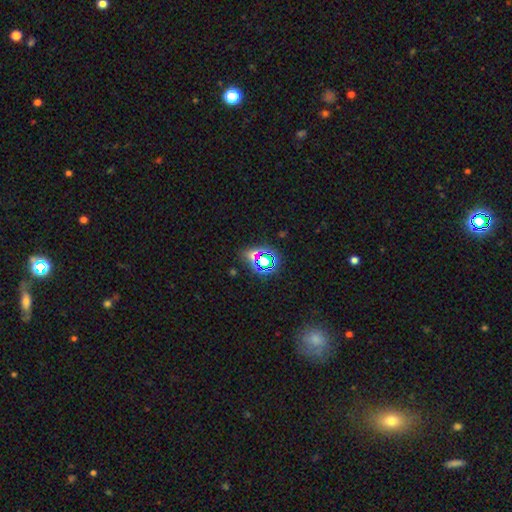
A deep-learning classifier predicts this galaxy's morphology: This is likely a star or artifact rather than a galaxy (64%).